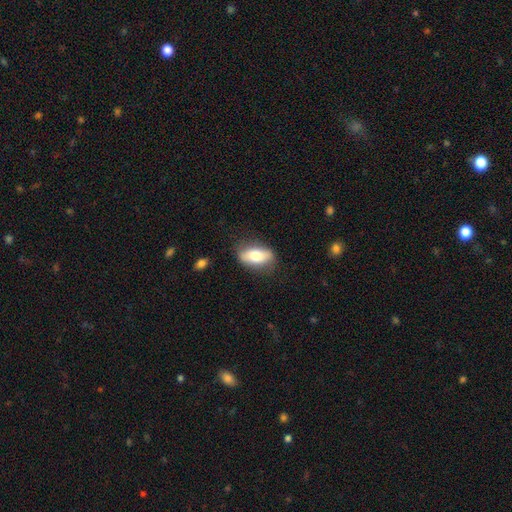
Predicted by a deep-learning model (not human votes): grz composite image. It shows a smooth galaxy with no disk features (72%) that is in between round and cigar-shaped (85%). Merging: none (79%).